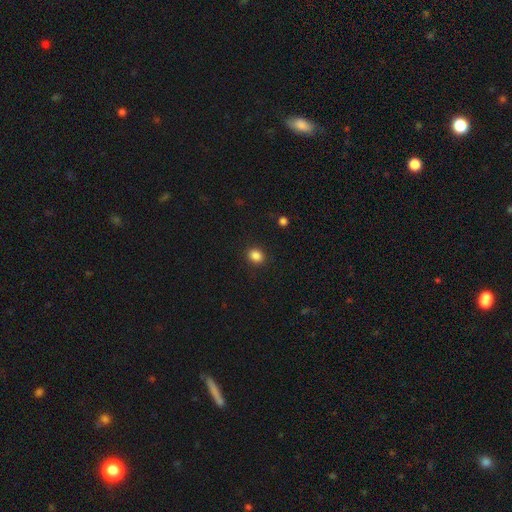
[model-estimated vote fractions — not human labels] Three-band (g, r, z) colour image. It shows a smooth galaxy with no disk features (86%) that is round (51%). Merging: none (89%).